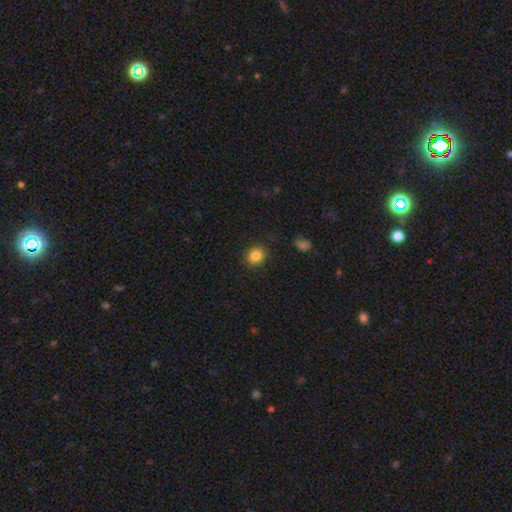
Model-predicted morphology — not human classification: type=smooth (85%); roundness=round (74%); merging=none (89%).